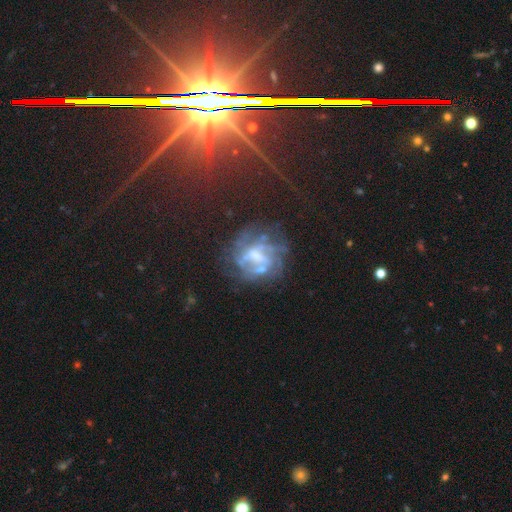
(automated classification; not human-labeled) Morphology: type=featured or disk (59%); edge-on=no (95%); bar=no (45%); spiral arms=yes (51%); bulge=moderate (38%); merging=none (53%).